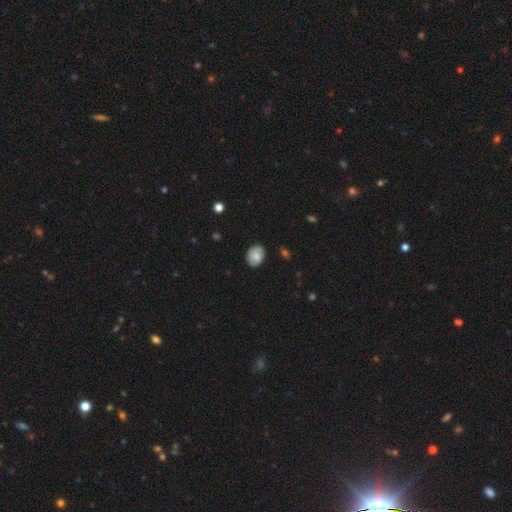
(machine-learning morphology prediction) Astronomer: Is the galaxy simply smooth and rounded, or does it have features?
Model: smooth — 78%.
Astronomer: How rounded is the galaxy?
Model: in between — 69%.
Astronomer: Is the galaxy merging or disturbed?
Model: none — 82%.